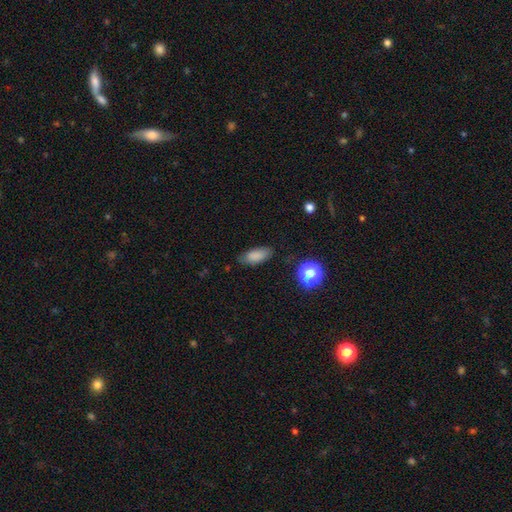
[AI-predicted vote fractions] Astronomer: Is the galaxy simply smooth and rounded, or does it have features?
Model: smooth — 82%.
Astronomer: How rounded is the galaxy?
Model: in between — 83%.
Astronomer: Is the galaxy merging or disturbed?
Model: none — 76%.